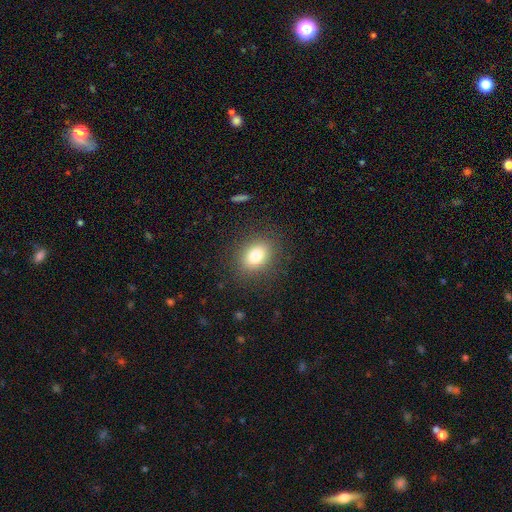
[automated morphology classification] smooth-or-featured: smooth: 79% | star or artifact: 11% | featured or disk: 10%
  how-rounded: in between: 61% | round: 38% | cigar-shaped: 1%
  merging: none: 86% | minor disturbance: 9% | major disturbance: 4% | merger: 1%